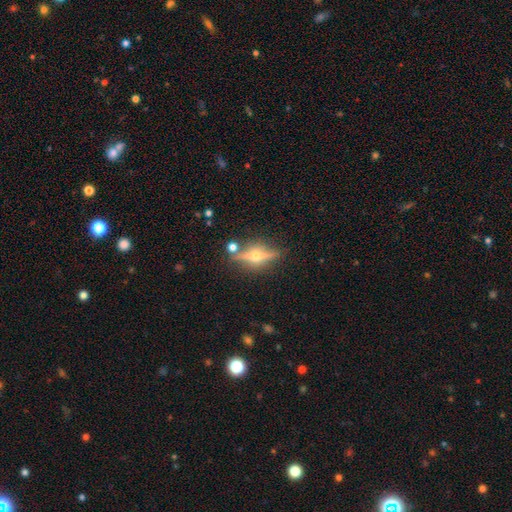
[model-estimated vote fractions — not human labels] Smooth or featured? Predicted: featured or disk (p=0.76). Edge-on disk? Predicted: yes (p=0.94). Edge-on bulge? Predicted: rounded (p=0.96). Merging? Predicted: none (p=0.84).